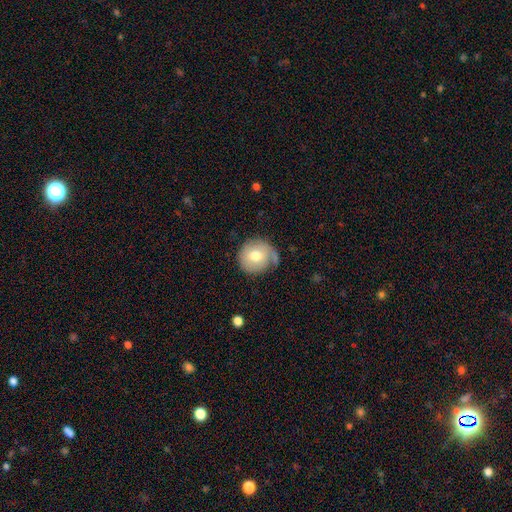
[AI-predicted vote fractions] This is likely a smooth galaxy (71%). How rounded: clearly round (90%). Merging: likely none (65%).